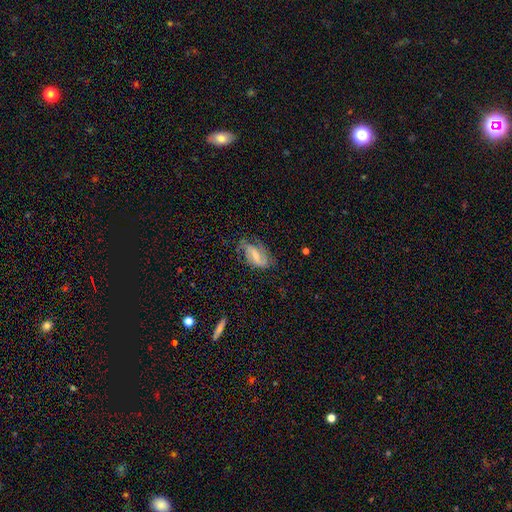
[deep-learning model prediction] featured or disk 66%, smooth 26%, star or artifact 8%. Down the decision tree: edge-on disk — no (94%); bar — weak (45%); spiral arms — yes (85%); spiral arm count — 2 (69%); spiral winding — medium (42%); bulge size — small (48%); merging — none (59%).